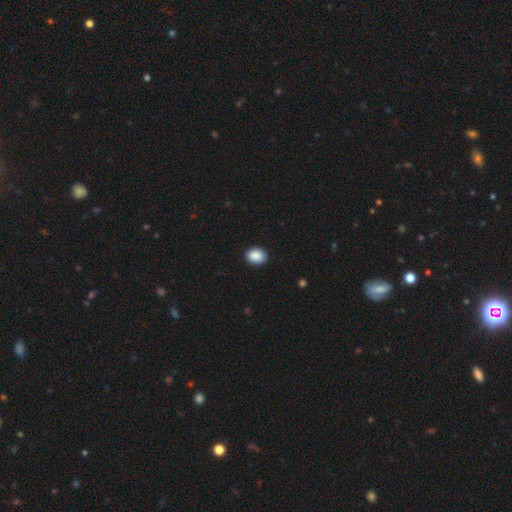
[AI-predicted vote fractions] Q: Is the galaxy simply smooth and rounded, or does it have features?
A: smooth — 90%.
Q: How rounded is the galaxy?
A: in between — 56%.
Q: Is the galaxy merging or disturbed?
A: none — 91%.